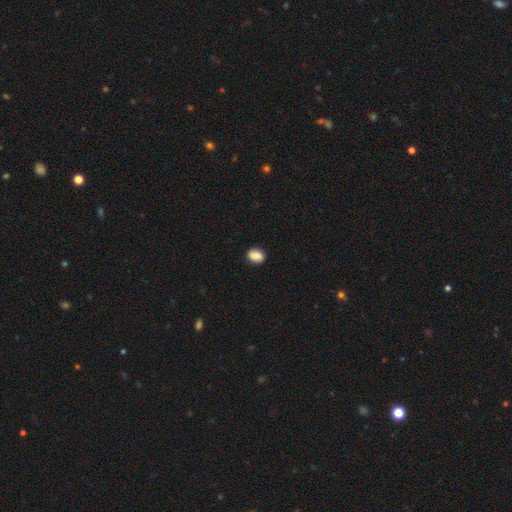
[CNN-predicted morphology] Smooth or featured?
  - smooth: 87% *
  - star or artifact: 8%
  - featured or disk: 5%
How rounded?
  - in between: 59% *
  - round: 39%
  - cigar-shaped: 1%
Merging?
  - none: 87% *
  - minor disturbance: 10%
  - major disturbance: 2%
  - merger: 1%